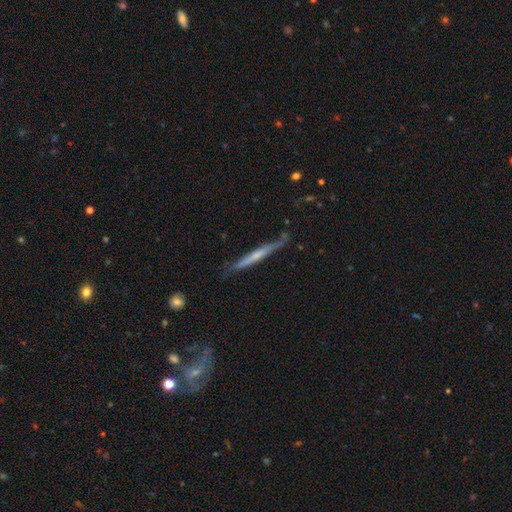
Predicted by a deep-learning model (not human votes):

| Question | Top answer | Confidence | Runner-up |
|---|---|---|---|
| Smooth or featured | featured or disk | 57% | smooth (37%) |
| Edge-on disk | yes | 95% | no (5%) |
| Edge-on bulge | none | 54% | rounded (38%) |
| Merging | none | 75% | minor disturbance (19%) |